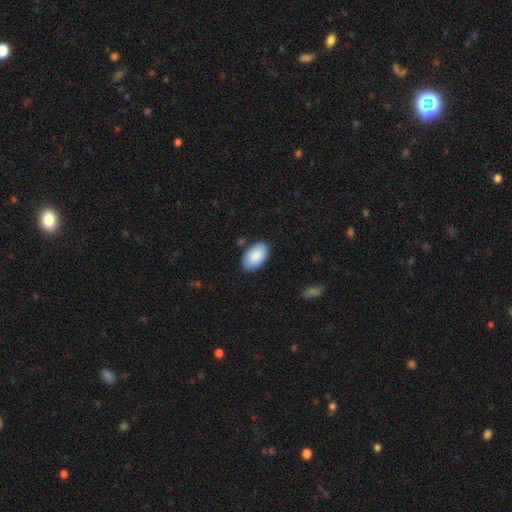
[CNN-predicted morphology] Overall: smooth (88%). How rounded: in between (94%). Merging: none (82%).